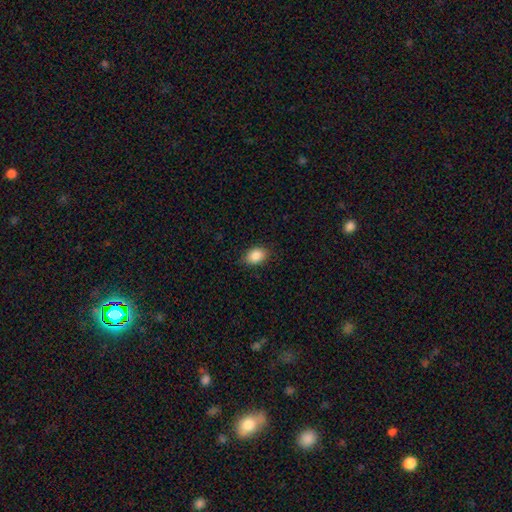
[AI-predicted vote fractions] smooth-or-featured: smooth: 88% | star or artifact: 8% | featured or disk: 5%
  how-rounded: in between: 80% | round: 19% | cigar-shaped: 1%
  merging: none: 86% | minor disturbance: 11% | major disturbance: 2% | merger: 1%